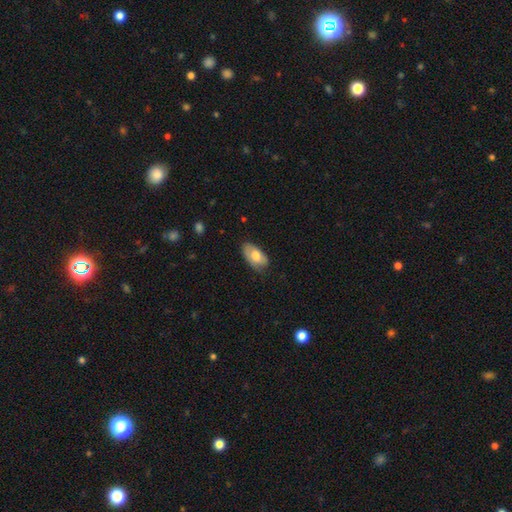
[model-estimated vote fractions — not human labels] Overall: smooth (66%; featured or disk 27%). How rounded: in between (94%). Merging: none (63%; minor disturbance 29%).